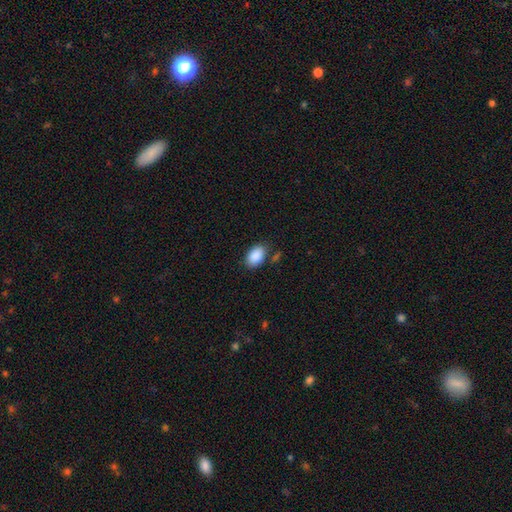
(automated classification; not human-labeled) Overall: smooth (90%). How rounded: in between (89%). Merging: none (79%).